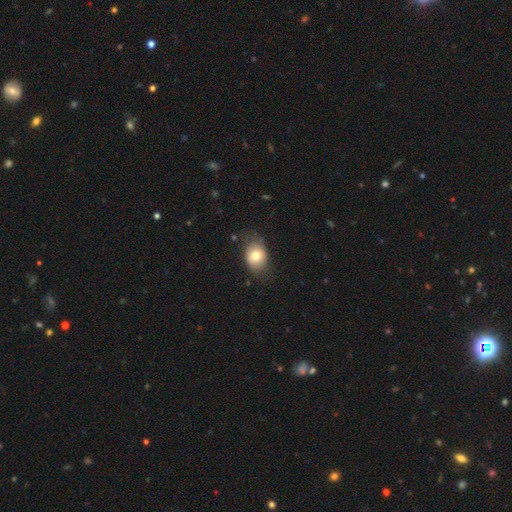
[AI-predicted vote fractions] Smooth or featured? smooth (76%)
How rounded? in between (64%)
Merging? none (71%)